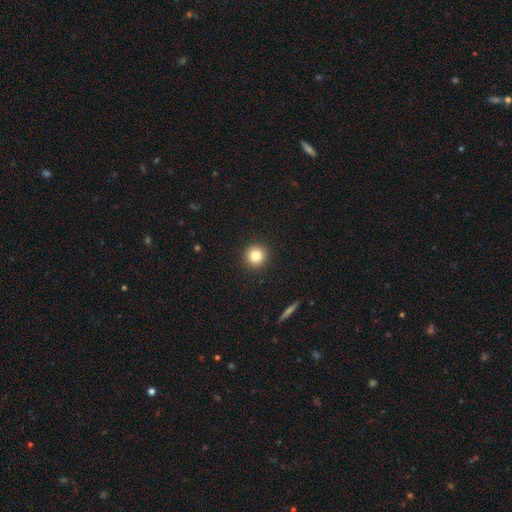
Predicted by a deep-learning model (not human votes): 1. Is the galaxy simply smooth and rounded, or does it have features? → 81% smooth, 11% star or artifact, 8% featured or disk.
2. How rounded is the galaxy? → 95% round, 4% in between, 1% cigar-shaped.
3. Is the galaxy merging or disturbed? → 93% none, 4% minor disturbance, 2% major disturbance, 1% merger.